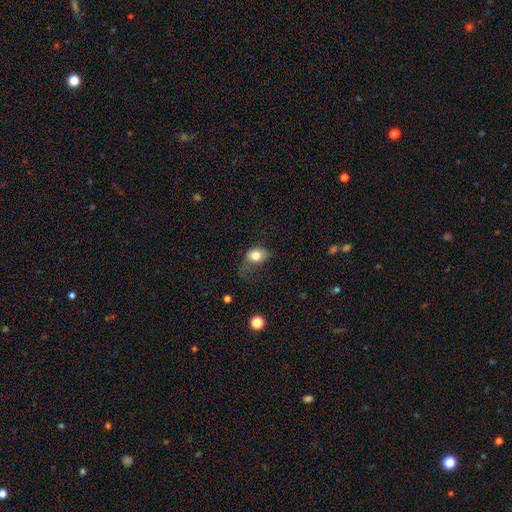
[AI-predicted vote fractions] smooth_or_featured: smooth (p=0.80) [alt: featured or disk p=0.11]
how_rounded: in between (p=0.67) [alt: round p=0.31]
merging: major disturbance (p=0.35) [alt: minor disturbance p=0.33]